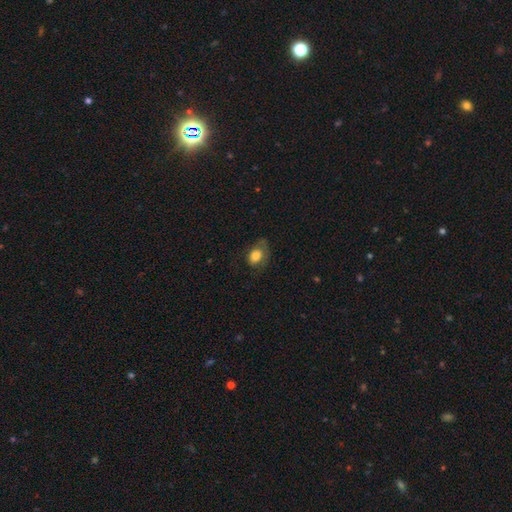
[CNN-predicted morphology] Q: Smooth or featured?
A: smooth (78%); runner-up: featured or disk (14%)
Q: How rounded?
A: in between (71%); runner-up: round (28%)
Q: Merging?
A: none (47%); runner-up: minor disturbance (30%)